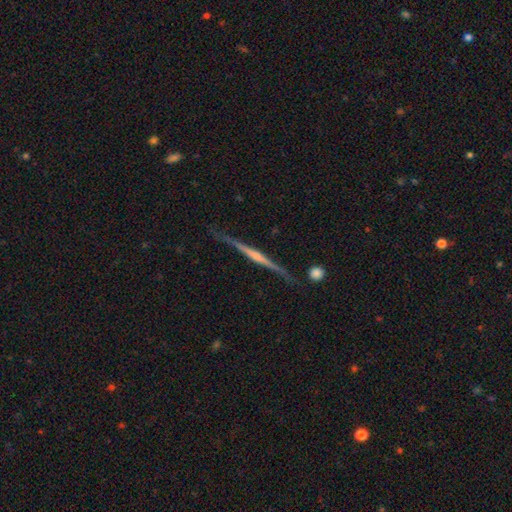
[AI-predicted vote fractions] Morphology: type=featured or disk (82%); edge-on=yes (98%); edge-on bulge=rounded (64%); merging=none (89%).